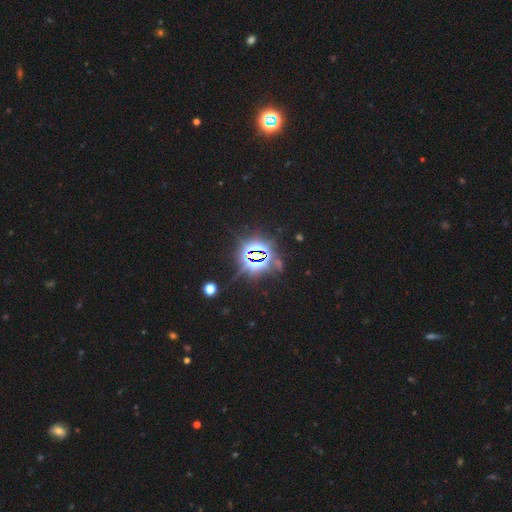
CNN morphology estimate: This appears to be a star or artifact, not a galaxy (84%).